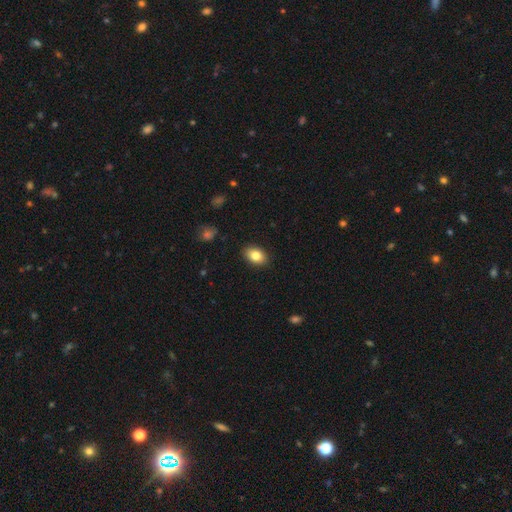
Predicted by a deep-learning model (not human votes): Smooth or featured?
  - smooth: 82% *
  - featured or disk: 10%
  - star or artifact: 8%
How rounded?
  - in between: 86% *
  - round: 13%
  - cigar-shaped: 1%
Merging?
  - none: 89% *
  - minor disturbance: 8%
  - major disturbance: 2%
  - merger: 1%